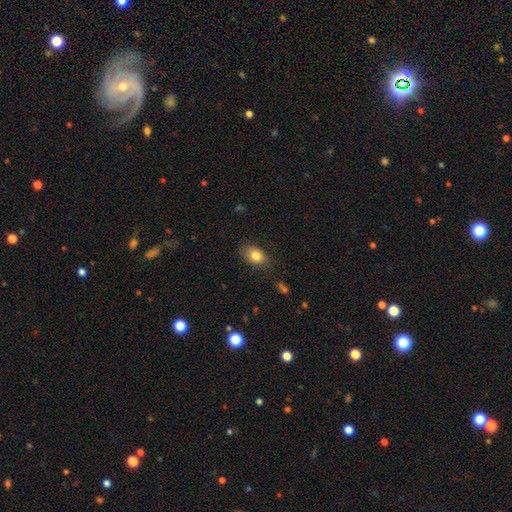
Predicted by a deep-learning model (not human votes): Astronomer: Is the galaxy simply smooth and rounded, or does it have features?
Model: smooth — 82%.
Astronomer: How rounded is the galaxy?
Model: in between — 80%.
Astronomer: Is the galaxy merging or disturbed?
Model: none — 77%.